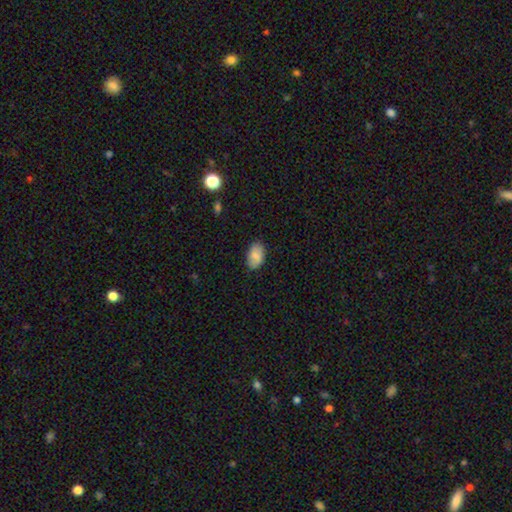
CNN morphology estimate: smooth_or_featured: smooth (p=0.83) [alt: featured or disk p=0.10]
how_rounded: in between (p=0.92) [alt: round p=0.07]
merging: none (p=0.82) [alt: minor disturbance p=0.14]